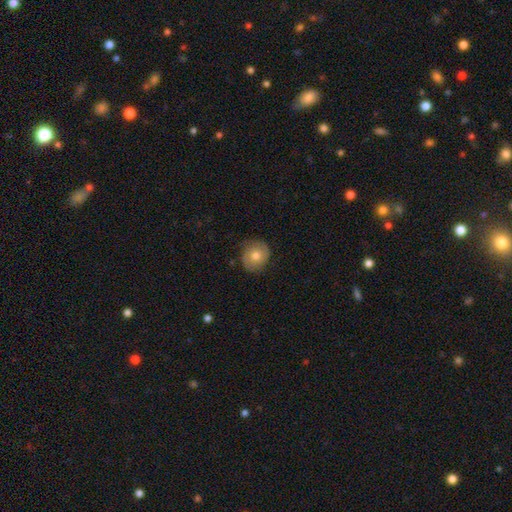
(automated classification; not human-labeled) smooth-or-featured: smooth: 69% | featured or disk: 23% | star or artifact: 8%
  how-rounded: round: 83% | in between: 17% | cigar-shaped: 1%
  merging: none: 77% | minor disturbance: 18% | major disturbance: 4% | merger: 1%